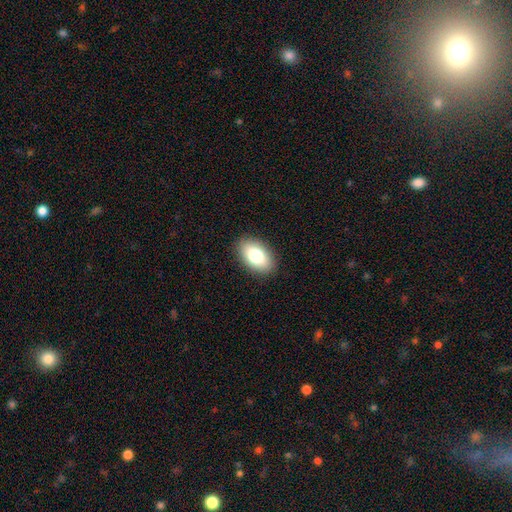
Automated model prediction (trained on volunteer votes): smooth_or_featured: smooth (p=0.80) [alt: featured or disk p=0.12]
how_rounded: in between (p=0.92) [alt: round p=0.07]
merging: none (p=0.89) [alt: minor disturbance p=0.08]